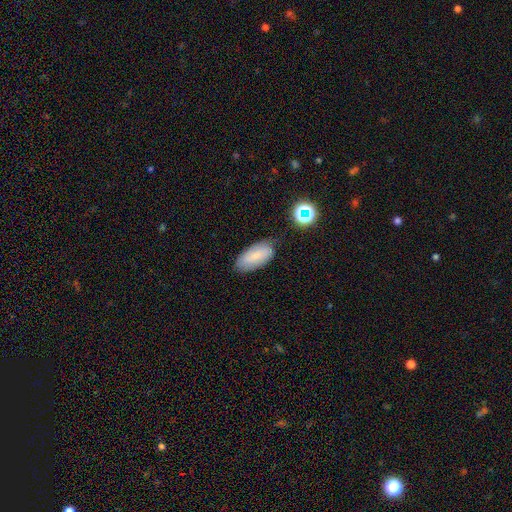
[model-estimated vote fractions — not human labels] The model was most divided on "smooth or featured": smooth: 74%, featured or disk: 17%, star or artifact: 9%. More confident: how rounded — in between (90%); merging — none (75%).